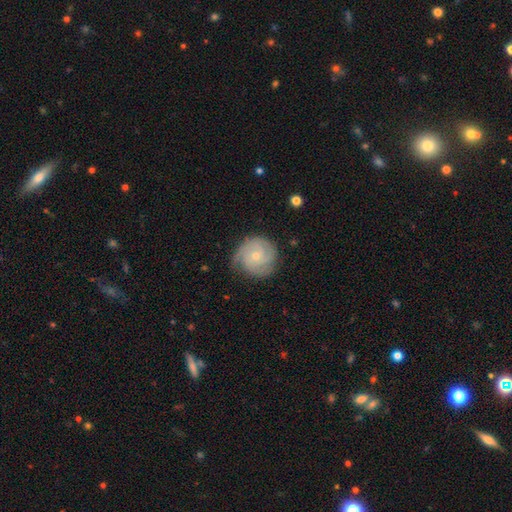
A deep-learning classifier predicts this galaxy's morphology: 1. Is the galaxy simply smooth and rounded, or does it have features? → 76% featured or disk, 18% smooth, 6% star or artifact.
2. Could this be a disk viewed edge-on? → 98% no, 2% yes.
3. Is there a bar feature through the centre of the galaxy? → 78% no, 20% weak, 3% strong.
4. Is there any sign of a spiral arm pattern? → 95% yes, 5% no.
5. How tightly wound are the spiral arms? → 68% tight, 26% medium, 6% loose.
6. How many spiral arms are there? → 39% 3, 21% can't tell, 20% 2, 10% 4, 5% 1, 5% more than 4.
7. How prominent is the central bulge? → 69% small, 28% moderate, 1% none, 1% large, 1% dominant.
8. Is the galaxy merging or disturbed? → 74% none, 20% minor disturbance, 5% major disturbance, 1% merger.